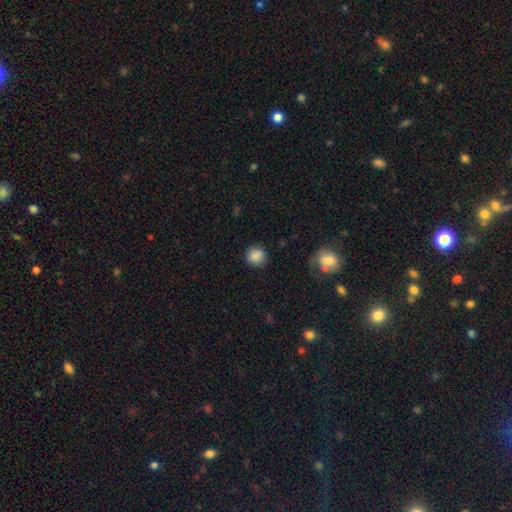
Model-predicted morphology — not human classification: Smooth or featured? Predicted: smooth (p=0.86). How rounded? Predicted: round (p=0.88). Merging? Predicted: none (p=0.86).